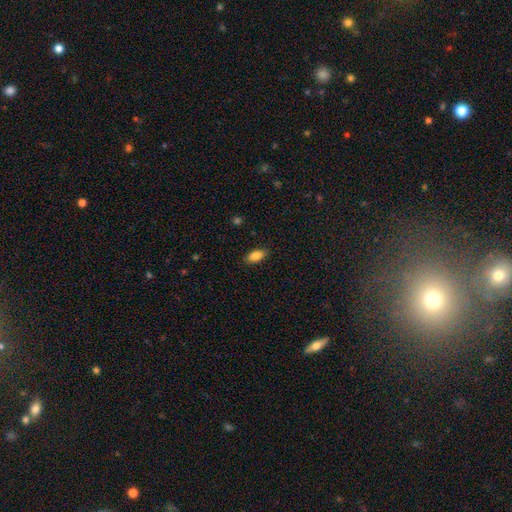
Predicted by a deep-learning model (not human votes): smooth-or-featured: smooth: 84% | featured or disk: 8% | star or artifact: 8%
  how-rounded: in between: 90% | cigar-shaped: 6% | round: 4%
  merging: none: 87% | minor disturbance: 10% | major disturbance: 2% | merger: 1%